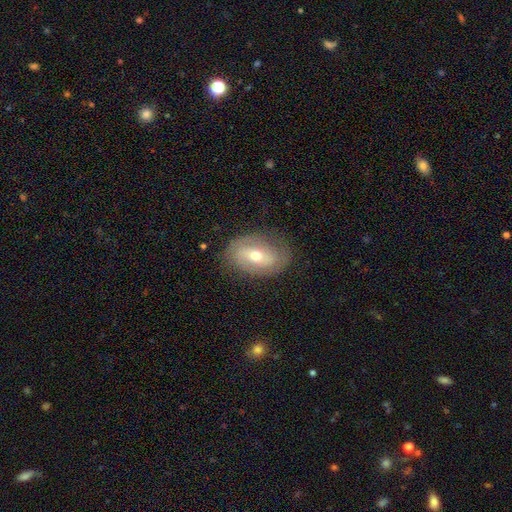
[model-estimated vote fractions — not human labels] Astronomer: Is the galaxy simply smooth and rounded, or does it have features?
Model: featured or disk — 58%.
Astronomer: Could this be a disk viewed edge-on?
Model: no — 92%.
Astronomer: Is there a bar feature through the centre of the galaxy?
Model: no — 38% (runner-up: weak, 37%).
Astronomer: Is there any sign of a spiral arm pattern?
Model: yes — 65%.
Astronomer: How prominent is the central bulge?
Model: moderate — 59% (runner-up: small, 37%).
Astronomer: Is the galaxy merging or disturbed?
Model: none — 77%.